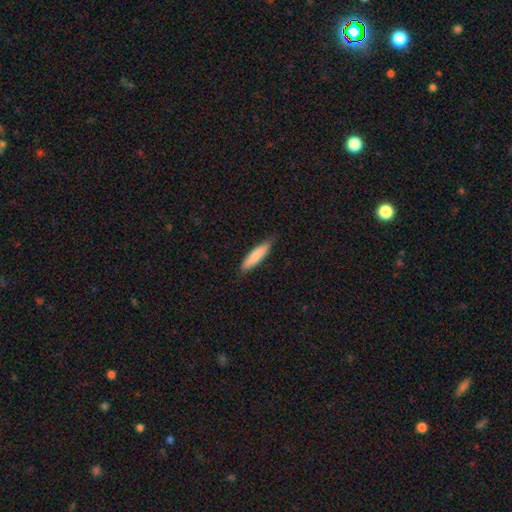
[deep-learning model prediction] Morphology: type=smooth (79%); roundness=cigar-shaped (79%); merging=none (84%).